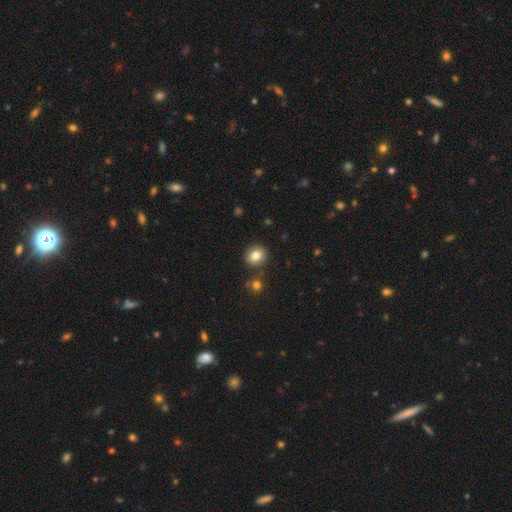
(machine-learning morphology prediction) Q: Smooth or featured?
A: smooth (81%); runner-up: star or artifact (10%)
Q: How rounded?
A: round (76%); runner-up: in between (23%)
Q: Merging?
A: none (84%); runner-up: minor disturbance (8%)